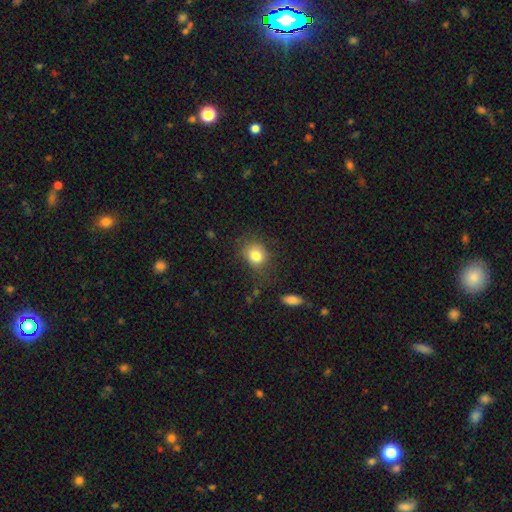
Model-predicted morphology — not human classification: Smooth or featured? Predicted: smooth (p=0.81). How rounded? Predicted: round (p=0.66). Merging? Predicted: none (p=0.70).